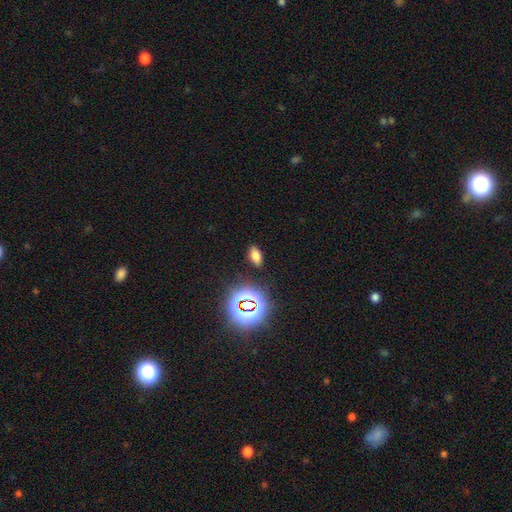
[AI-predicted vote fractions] Smooth or featured? smooth (69%)
How rounded? in between (86%)
Merging? none (88%)